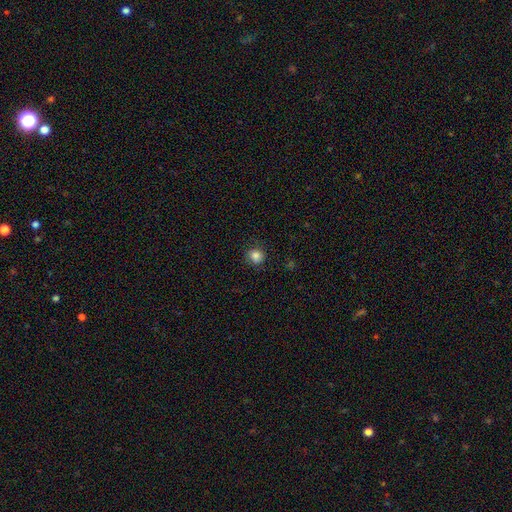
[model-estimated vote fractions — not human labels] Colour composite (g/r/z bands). It shows a smooth galaxy with no disk features (83%) that is round (89%). Merging: none (85%).